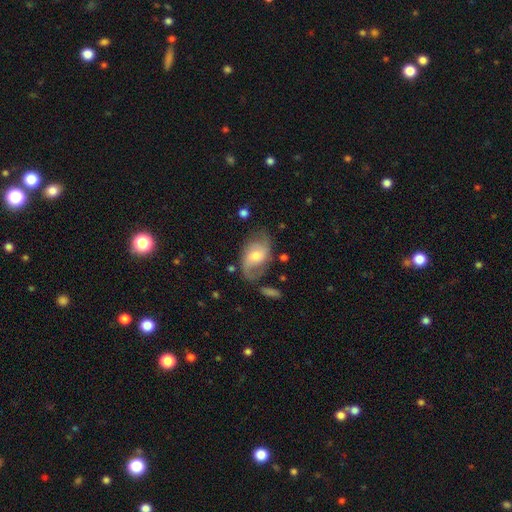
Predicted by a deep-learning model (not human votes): smooth_or_featured: featured or disk (p=0.70) [alt: smooth p=0.24]
disk_edge_on: no (p=0.96) [alt: yes p=0.04]
bar: no (p=0.49) [alt: weak p=0.41]
has_spiral_arms: yes (p=0.90) [alt: no p=0.10]
spiral_winding: loose (p=0.45) [alt: medium p=0.40]
spiral_arm_count: 2 (p=0.81) [alt: can't tell p=0.09]
bulge_size: moderate (p=0.60) [alt: small p=0.28]
merging: none (p=0.63) [alt: minor disturbance p=0.22]